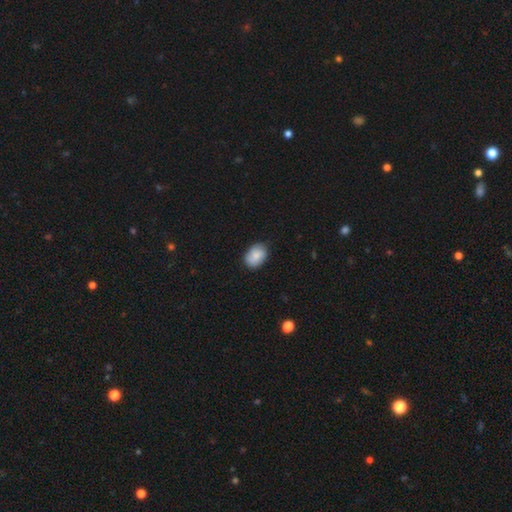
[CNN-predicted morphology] smooth-or-featured: smooth: 83% | featured or disk: 10% | star or artifact: 7%
  how-rounded: in between: 75% | round: 24% | cigar-shaped: 1%
  merging: none: 78% | minor disturbance: 18% | major disturbance: 3% | merger: 1%